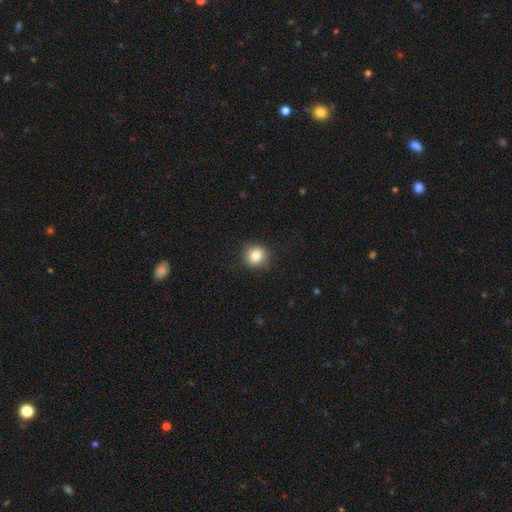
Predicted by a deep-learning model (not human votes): The model was most divided on "smooth or featured": smooth: 83%, star or artifact: 10%, featured or disk: 7%. More confident: how rounded — round (87%); merging — none (87%).